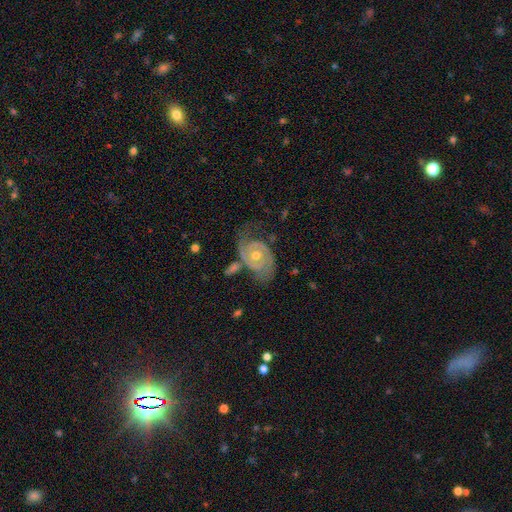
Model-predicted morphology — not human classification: Smooth or featured?
  - featured or disk: 87% *
  - smooth: 8%
  - star or artifact: 6%
Edge-on disk?
  - no: 97% *
  - yes: 3%
Bar?
  - no: 73% *
  - weak: 21%
  - strong: 5%
Spiral arms?
  - yes: 94% *
  - no: 6%
Spiral winding?
  - tight: 54% *
  - medium: 35%
  - loose: 11%
Spiral arm count?
  - 2: 80% *
  - can't tell: 8%
  - 1: 4%
  - 3: 4%
  - 4: 2%
  - more than 4: 2%
Bulge size?
  - moderate: 65% *
  - small: 31%
  - large: 2%
  - none: 1%
  - dominant: 1%
Merging?
  - none: 56% *
  - minor disturbance: 21%
  - major disturbance: 15%
  - merger: 8%